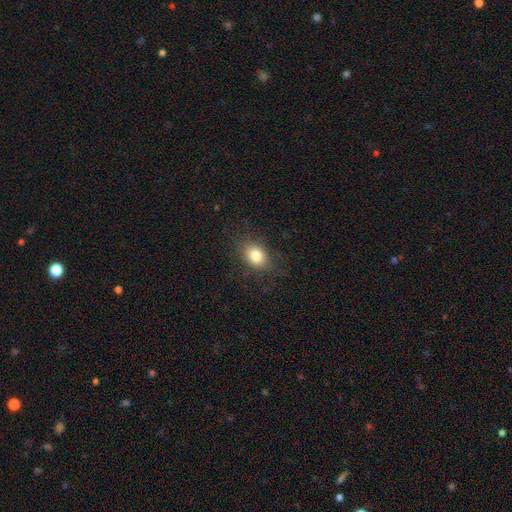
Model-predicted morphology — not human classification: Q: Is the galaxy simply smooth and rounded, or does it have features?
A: smooth — 81%.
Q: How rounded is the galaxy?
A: in between — 60%.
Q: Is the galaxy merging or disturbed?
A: none — 81%.